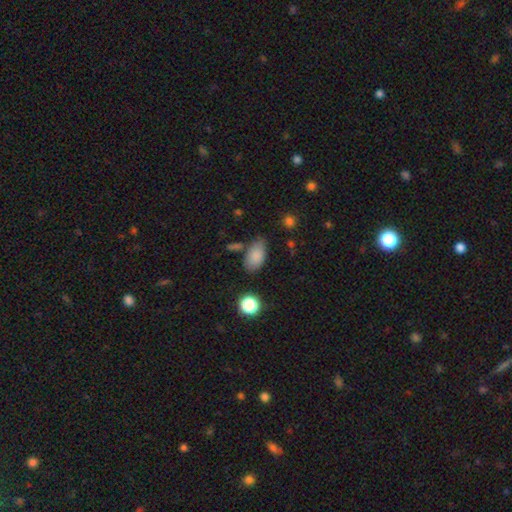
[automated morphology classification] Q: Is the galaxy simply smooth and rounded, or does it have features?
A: smooth — 84%.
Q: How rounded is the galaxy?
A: in between — 92%.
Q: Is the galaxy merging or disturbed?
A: none — 69%.